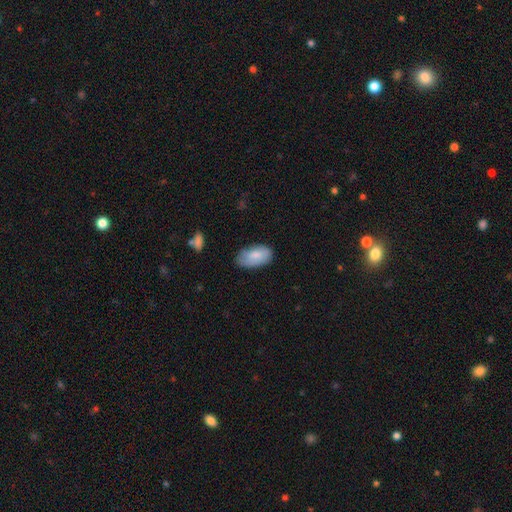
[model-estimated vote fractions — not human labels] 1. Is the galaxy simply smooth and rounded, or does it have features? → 81% smooth, 13% featured or disk, 6% star or artifact.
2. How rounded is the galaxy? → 94% in between, 3% round, 3% cigar-shaped.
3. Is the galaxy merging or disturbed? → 67% none, 26% minor disturbance, 5% major disturbance, 2% merger.